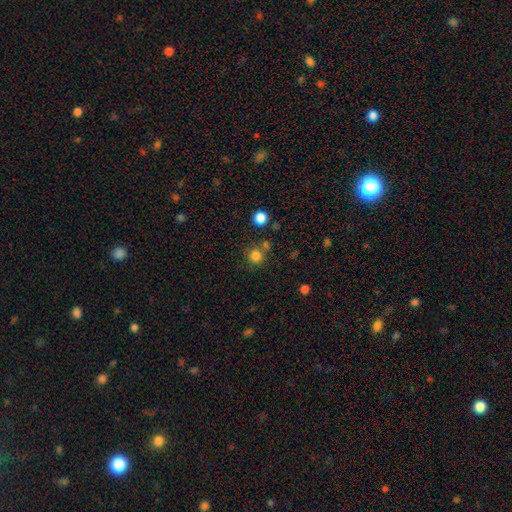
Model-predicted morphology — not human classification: A smooth galaxy with no disk features (80%) that is round (92%). Merging: none (72%).